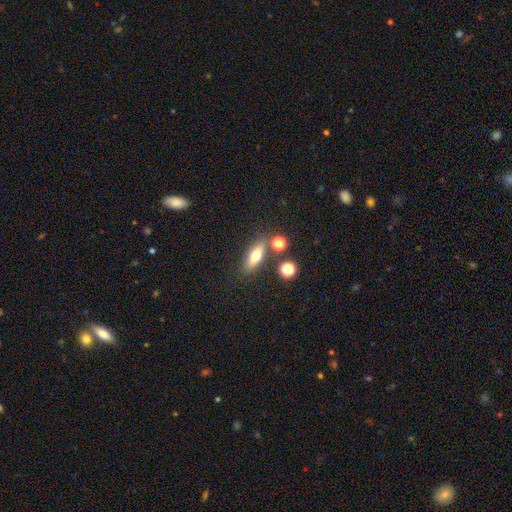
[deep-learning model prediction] Smooth or featured: smooth — 63% (featured or disk — 27%)
How rounded: in between — 56% (cigar-shaped — 37%)
Merging: none — 74% (minor disturbance — 12%)